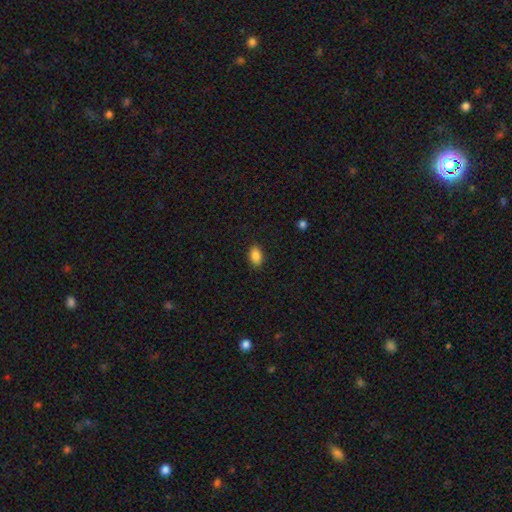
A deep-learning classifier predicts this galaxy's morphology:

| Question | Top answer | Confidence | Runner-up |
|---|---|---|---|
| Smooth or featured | smooth | 87% | star or artifact (8%) |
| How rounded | in between | 89% | round (9%) |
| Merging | none | 88% | minor disturbance (9%) |